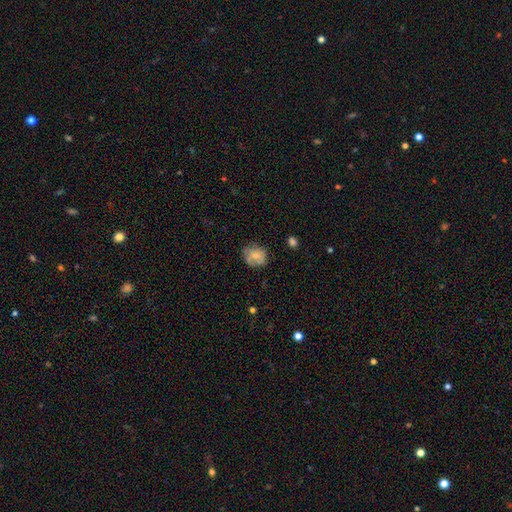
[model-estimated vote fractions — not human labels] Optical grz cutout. It shows a smooth galaxy with no disk features (72%) that is round (70%). Merging: none (67%).